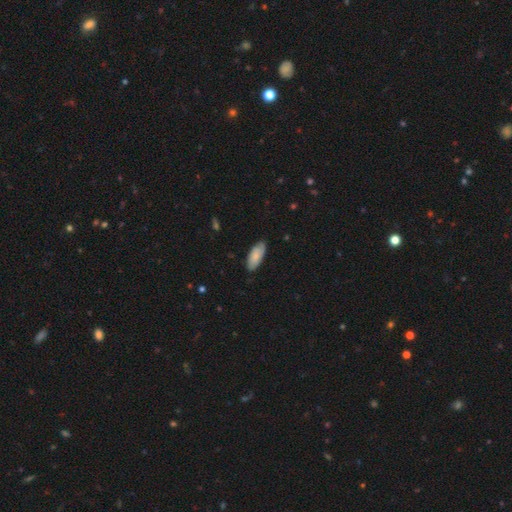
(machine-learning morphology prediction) A smooth galaxy with no disk features (81%) that is in between round and cigar-shaped (80%).

Vote fractions:
- Smooth or featured? smooth: 81% / featured or disk: 13% / star or artifact: 6%
- How rounded? in between: 80% / cigar-shaped: 18% / round: 2%
- Merging? none: 82% / minor disturbance: 14% / major disturbance: 2% / merger: 1%